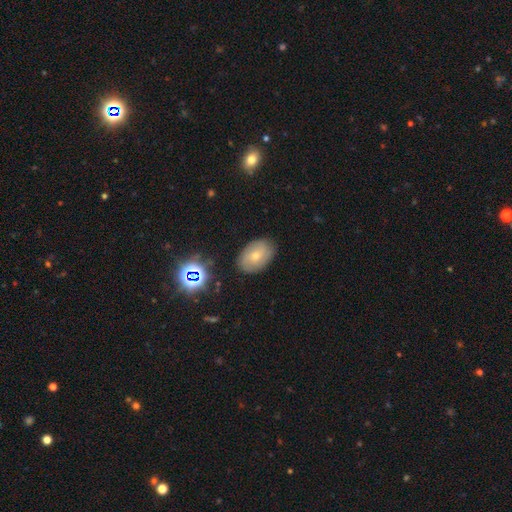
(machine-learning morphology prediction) smooth 50%, featured or disk 39%, star or artifact 11%. Down the decision tree: merging — none (82%).